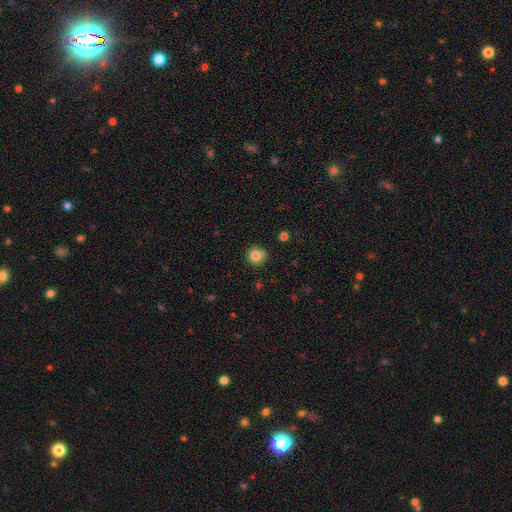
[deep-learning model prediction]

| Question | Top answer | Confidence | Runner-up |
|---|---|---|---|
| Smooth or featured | smooth | 83% | star or artifact (11%) |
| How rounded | round | 91% | in between (8%) |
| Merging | none | 74% | minor disturbance (15%) |